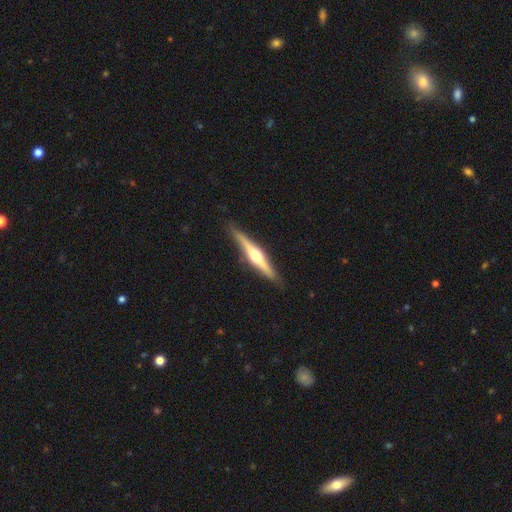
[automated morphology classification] Overall: featured or disk (73%). Edge-on disk: yes (98%). Edge-on bulge: rounded (92%). Merging: none (87%).